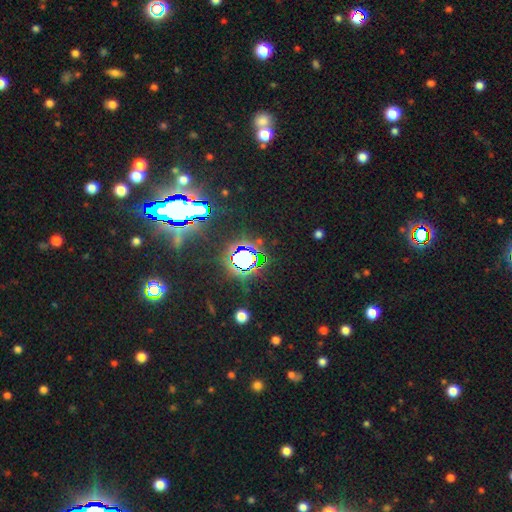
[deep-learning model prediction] Overall: star or artifact (80%).